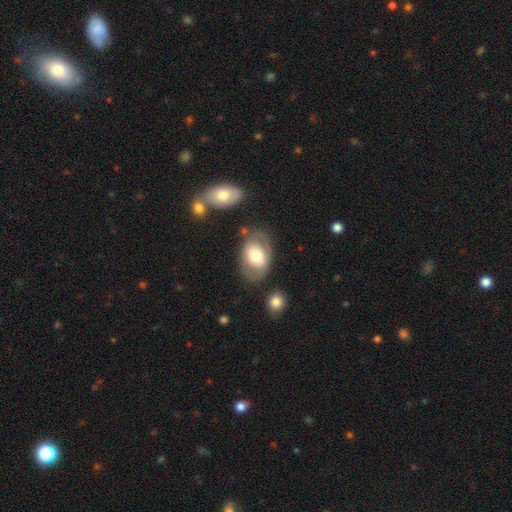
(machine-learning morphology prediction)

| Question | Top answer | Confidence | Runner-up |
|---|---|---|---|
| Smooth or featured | smooth | 59% | featured or disk (34%) |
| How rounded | in between | 83% | round (16%) |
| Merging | none | 66% | minor disturbance (18%) |